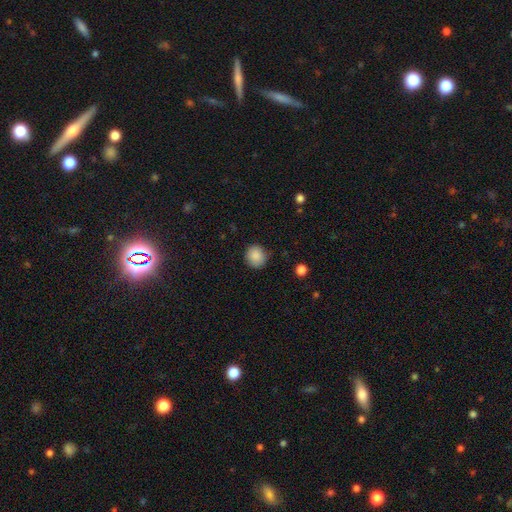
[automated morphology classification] type=smooth (88%); roundness=round (88%); merging=none (86%).